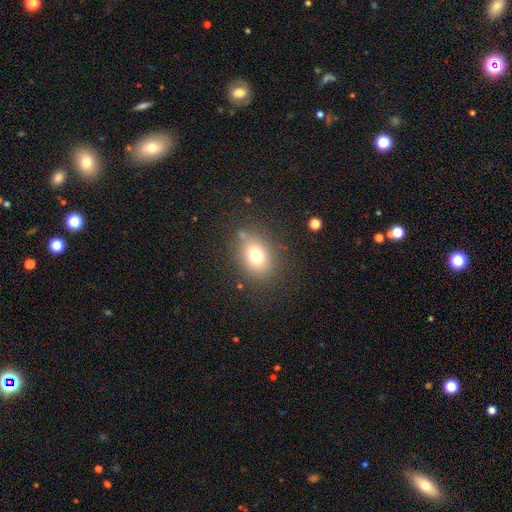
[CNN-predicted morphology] smooth-or-featured: smooth: 75% | star or artifact: 13% | featured or disk: 12%
  how-rounded: in between: 65% | round: 34% | cigar-shaped: 1%
  merging: none: 79% | minor disturbance: 12% | major disturbance: 5% | merger: 3%